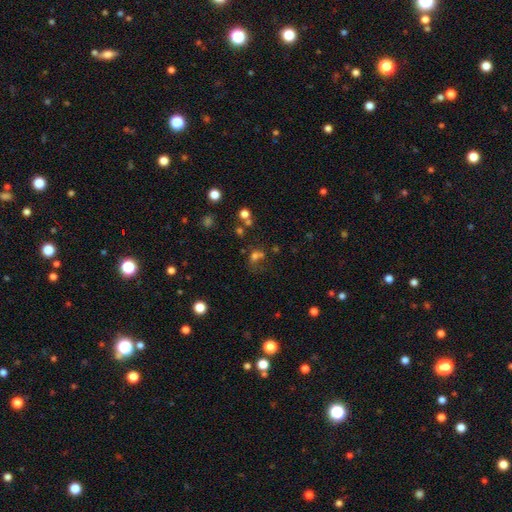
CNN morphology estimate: Overall: smooth (61%; star or artifact 24%). How rounded: round (55%; in between 43%). Merging: merger (38%; none 35%).